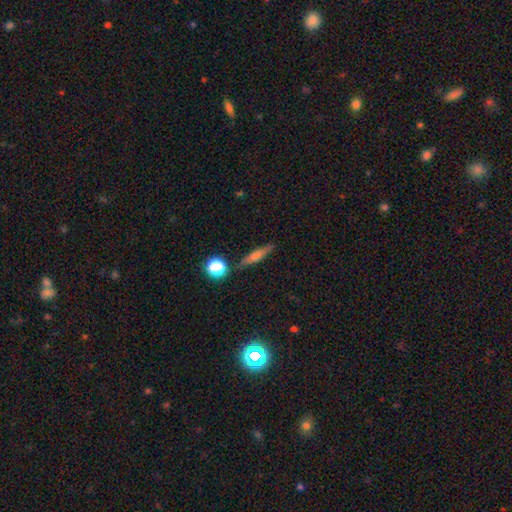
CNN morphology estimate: Overall: smooth (53%; featured or disk 36%). How rounded: cigar-shaped (77%). Merging: none (83%).